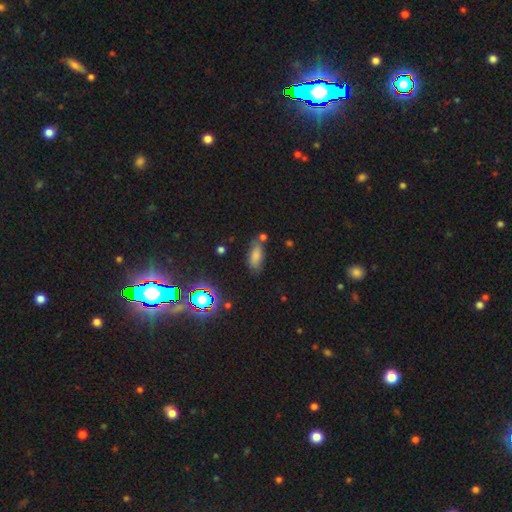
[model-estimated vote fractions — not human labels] Smooth or featured? Predicted: smooth (p=0.73). How rounded? Predicted: in between (p=0.79). Merging? Predicted: none (p=0.66).